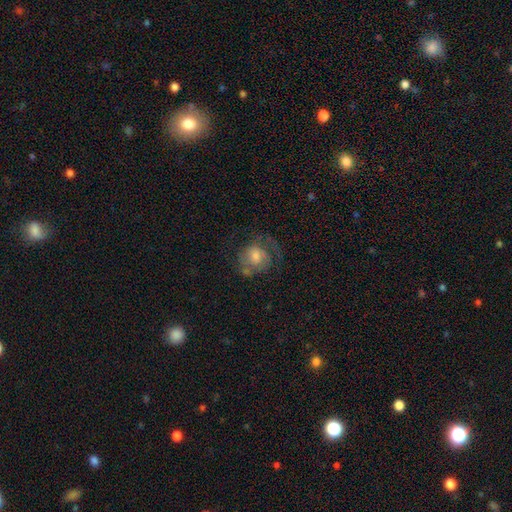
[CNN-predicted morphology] Smooth or featured? featured or disk (54%)
Edge-on disk? no (97%)
Bar? no (68%)
Spiral arms? yes (77%)
Bulge size? moderate (54%)
Merging? none (51%)